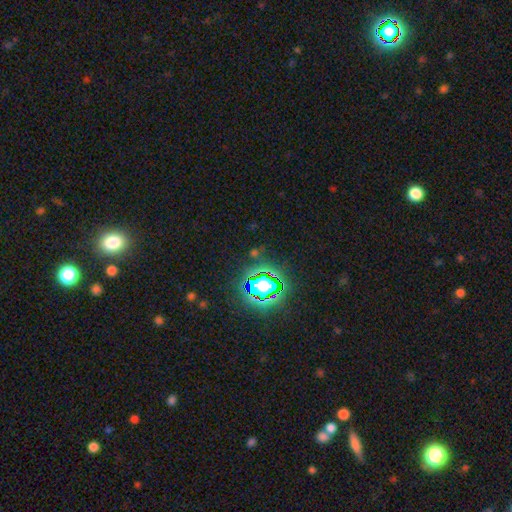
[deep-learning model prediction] star or artifact 72%, smooth 19%, featured or disk 9%.